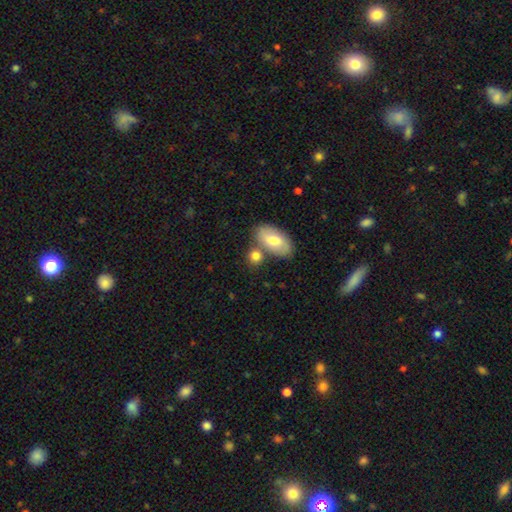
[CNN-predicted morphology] Q: Smooth or featured?
A: smooth (78%); runner-up: featured or disk (14%)
Q: How rounded?
A: in between (55%); runner-up: round (41%)
Q: Merging?
A: none (60%); runner-up: merger (25%)